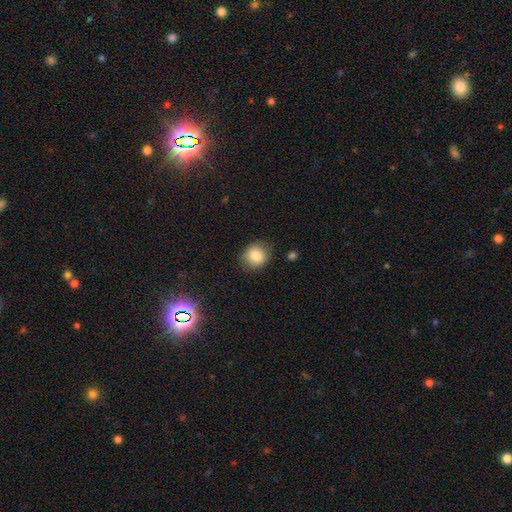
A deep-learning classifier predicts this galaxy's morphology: smooth-or-featured: smooth: 82% | star or artifact: 10% | featured or disk: 8%
  how-rounded: round: 78% | in between: 21% | cigar-shaped: 1%
  merging: none: 82% | minor disturbance: 13% | major disturbance: 3% | merger: 1%